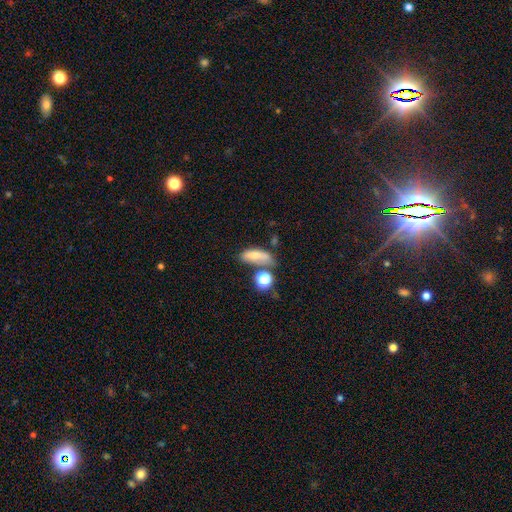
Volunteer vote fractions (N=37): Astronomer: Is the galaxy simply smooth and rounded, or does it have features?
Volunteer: smooth — 70%.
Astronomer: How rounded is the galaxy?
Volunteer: in between — 73%.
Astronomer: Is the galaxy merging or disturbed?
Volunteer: major disturbance — 41% (runner-up: minor disturbance, 29%).